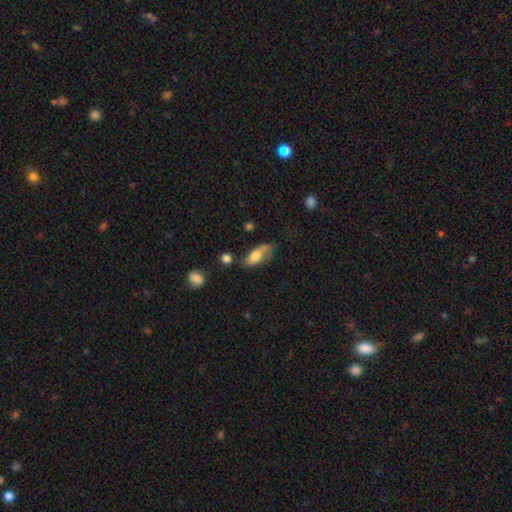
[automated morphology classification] Overall: smooth (64%; featured or disk 29%). How rounded: in between (82%). Merging: none (46%; minor disturbance 32%).